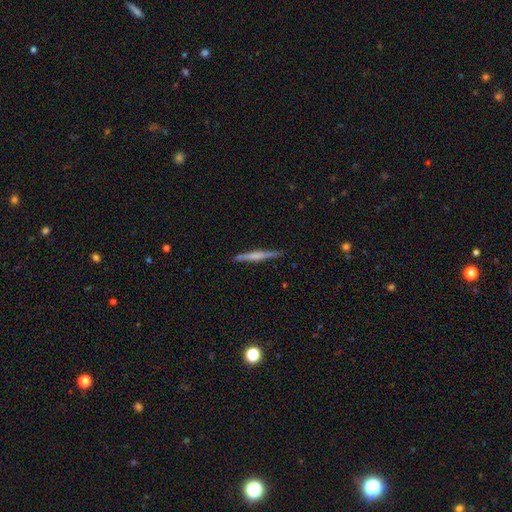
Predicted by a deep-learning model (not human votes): smooth-or-featured: featured or disk: 57% | smooth: 37% | star or artifact: 6%
  disk-edge-on: yes: 98% | no: 2%
    edge-on-bulge: rounded: 40% | none: 37% | boxy: 23%
  merging: none: 88% | minor disturbance: 9% | major disturbance: 2% | merger: 1%